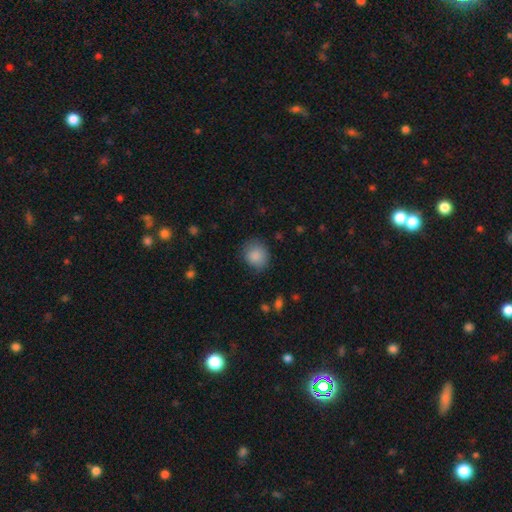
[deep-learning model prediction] Smooth or featured: smooth — 87% (star or artifact — 8%)
How rounded: round — 75% (in between — 24%)
Merging: none — 75% (minor disturbance — 19%)